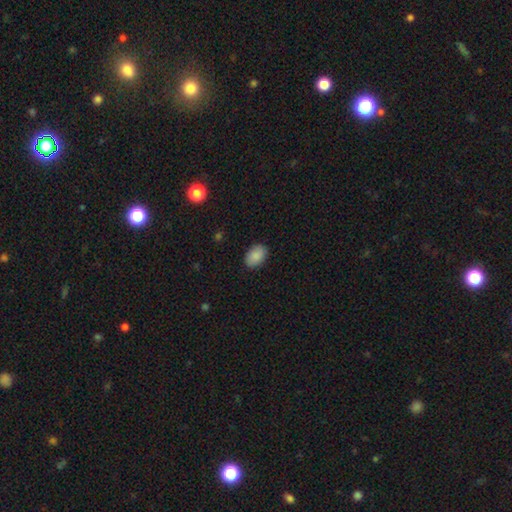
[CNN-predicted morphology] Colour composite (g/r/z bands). It shows a smooth galaxy with no disk features (89%) that is in between round and cigar-shaped (88%). Merging: none (88%).